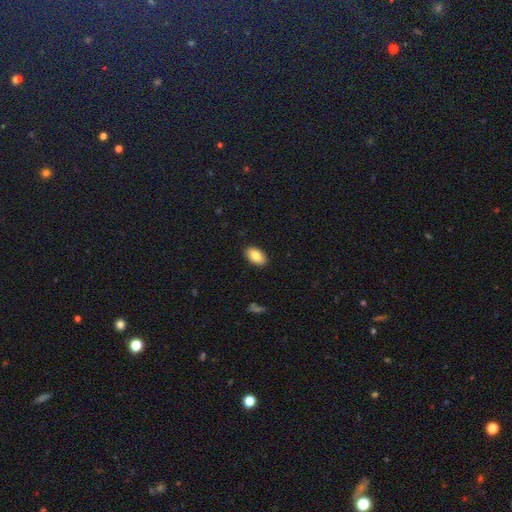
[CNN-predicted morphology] The model was most divided on "smooth or featured": smooth: 83%, featured or disk: 10%, star or artifact: 7%. More confident: how rounded — in between (94%); merging — none (90%).